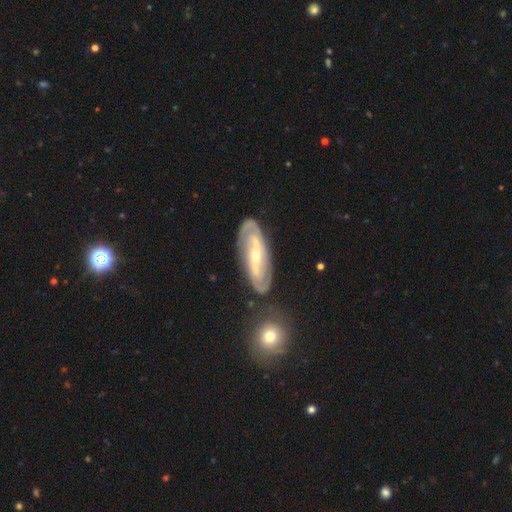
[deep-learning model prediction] Smooth or featured: featured or disk — 83% (smooth — 12%)
Edge-on disk: no — 90% (yes — 10%)
Bar: weak — 35% (strong — 34%)
Spiral arms: yes — 91% (no — 9%)
Spiral winding: tight — 53% (medium — 35%)
Spiral arm count: 2 — 70% (can't tell — 17%)
Bulge size: small — 51% (moderate — 45%)
Merging: none — 80% (minor disturbance — 12%)